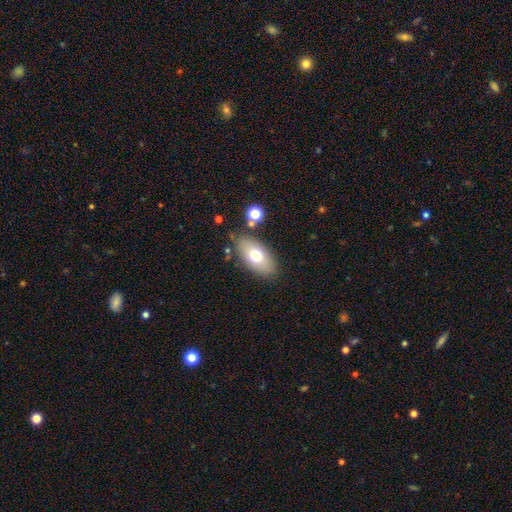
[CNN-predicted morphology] type=smooth (68%); roundness=in between (90%); merging=none (81%).